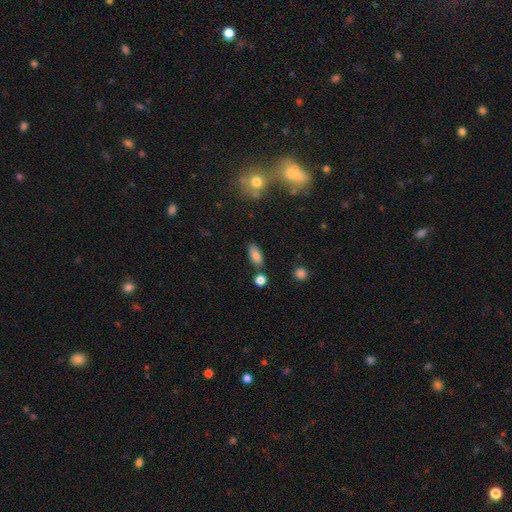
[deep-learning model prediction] Smooth or featured?
  - smooth: 80% *
  - featured or disk: 11%
  - star or artifact: 10%
How rounded?
  - in between: 85% *
  - cigar-shaped: 10%
  - round: 5%
Merging?
  - none: 77% *
  - minor disturbance: 13%
  - merger: 7%
  - major disturbance: 3%